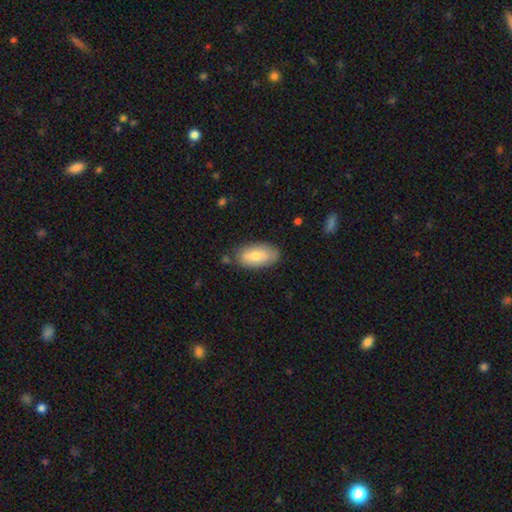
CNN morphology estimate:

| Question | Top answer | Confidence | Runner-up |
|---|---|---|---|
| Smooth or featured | smooth | 74% | featured or disk (20%) |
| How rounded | in between | 93% | cigar-shaped (4%) |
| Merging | none | 77% | minor disturbance (17%) |